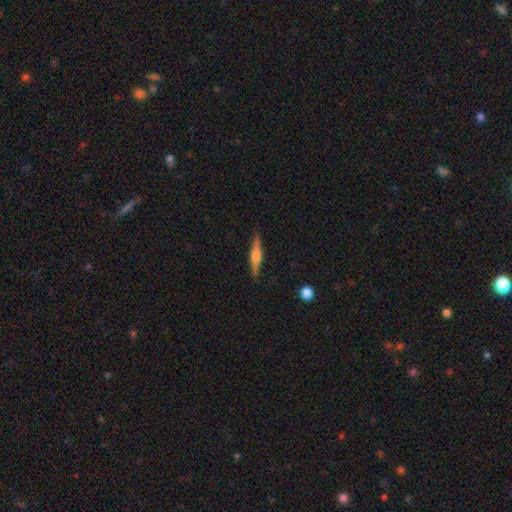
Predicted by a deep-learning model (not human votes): Smooth or featured? Predicted: featured or disk (p=0.62). Edge-on disk? Predicted: yes (p=0.97). Edge-on bulge? Predicted: rounded (p=0.78). Merging? Predicted: none (p=0.89).